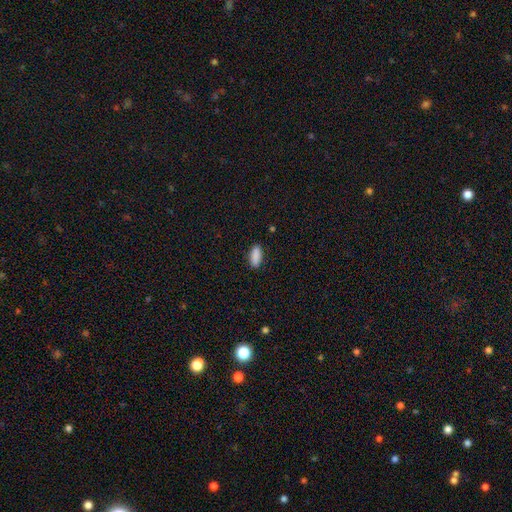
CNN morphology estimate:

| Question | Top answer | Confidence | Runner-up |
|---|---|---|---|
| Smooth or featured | smooth | 90% | star or artifact (7%) |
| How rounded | in between | 80% | cigar-shaped (18%) |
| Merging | none | 87% | minor disturbance (9%) |